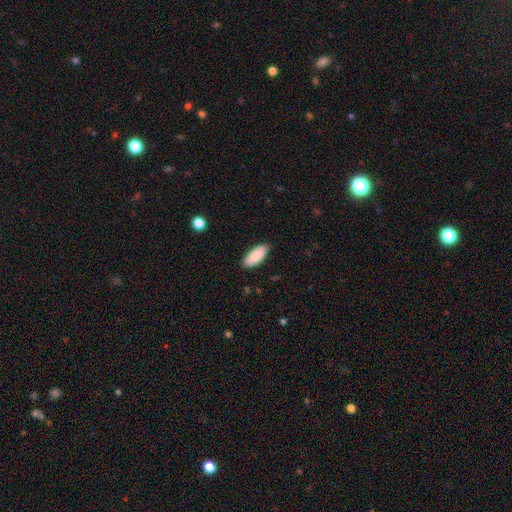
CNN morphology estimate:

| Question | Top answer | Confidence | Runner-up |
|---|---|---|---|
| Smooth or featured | smooth | 85% | featured or disk (9%) |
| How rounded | in between | 88% | cigar-shaped (11%) |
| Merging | none | 85% | minor disturbance (12%) |